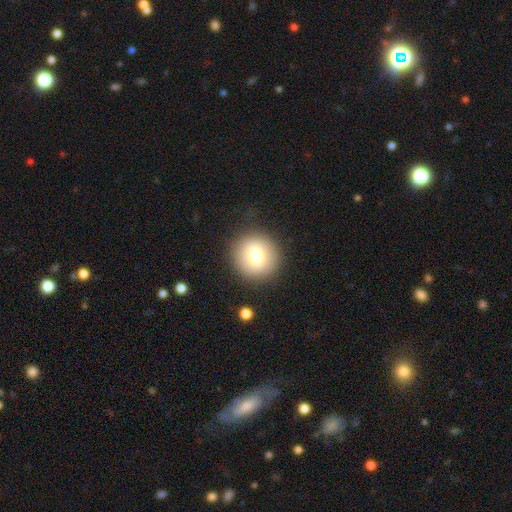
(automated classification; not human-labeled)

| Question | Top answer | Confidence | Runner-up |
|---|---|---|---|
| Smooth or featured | smooth | 75% | featured or disk (16%) |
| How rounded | round | 92% | in between (7%) |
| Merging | none | 87% | minor disturbance (8%) |